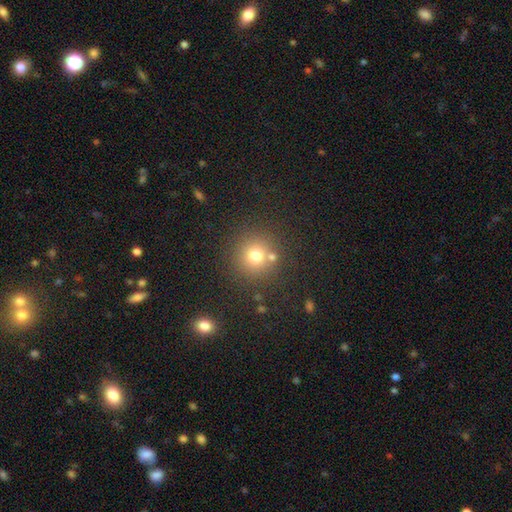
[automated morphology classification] Smooth or featured? Predicted: smooth (p=0.72). How rounded? Predicted: round (p=0.93). Merging? Predicted: none (p=0.77).